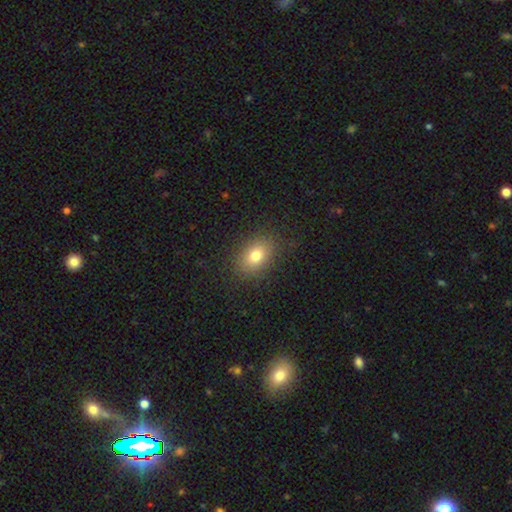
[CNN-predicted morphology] smooth 78%, star or artifact 11%, featured or disk 11%. Down the decision tree: how rounded — in between (75%); merging — none (85%).